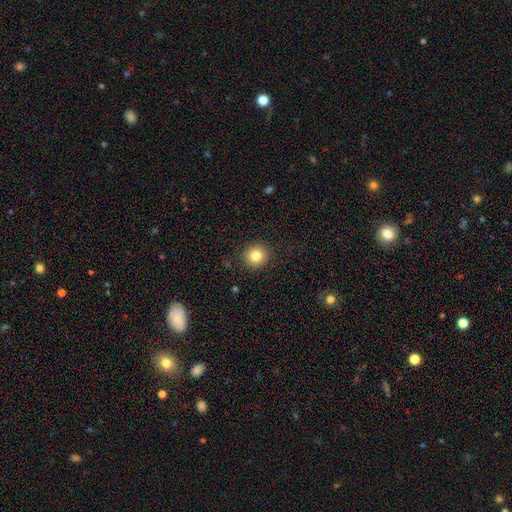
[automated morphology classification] A smooth galaxy with no disk features (82%) that is round (91%).

Vote fractions:
- Smooth or featured? smooth: 82% / star or artifact: 11% / featured or disk: 8%
- How rounded? round: 91% / in between: 8% / cigar-shaped: 1%
- Merging? none: 91% / minor disturbance: 6% / major disturbance: 2% / merger: 1%